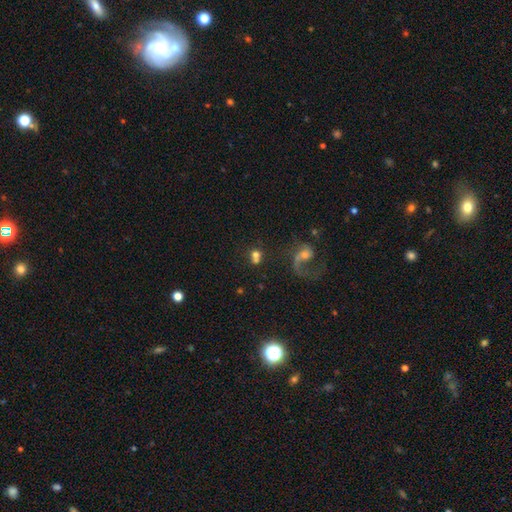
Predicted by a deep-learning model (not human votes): A smooth galaxy with no disk features (62%) that is round (81%). Merging: merger (41%).